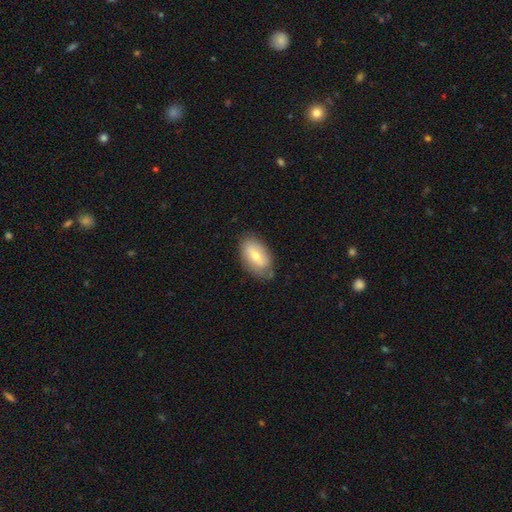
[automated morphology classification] The model was most divided on "smooth or featured": smooth: 53%, featured or disk: 39%, star or artifact: 7%. More confident: how rounded — in between (92%); merging — none (73%).